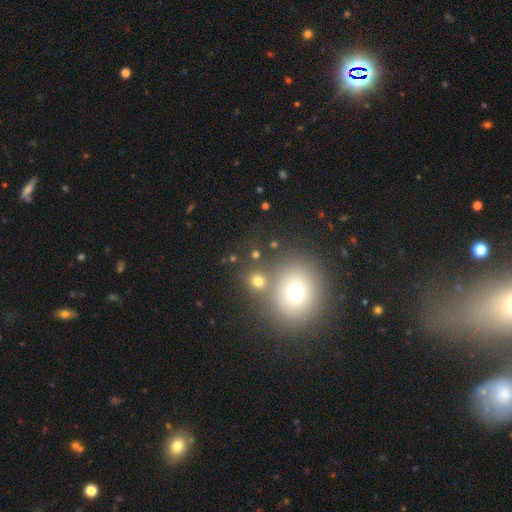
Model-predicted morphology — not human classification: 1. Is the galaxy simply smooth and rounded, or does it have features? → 61% smooth, 26% star or artifact, 13% featured or disk.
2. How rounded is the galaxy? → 83% round, 16% in between, 1% cigar-shaped.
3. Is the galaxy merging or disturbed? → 67% none, 20% merger, 9% minor disturbance, 5% major disturbance.